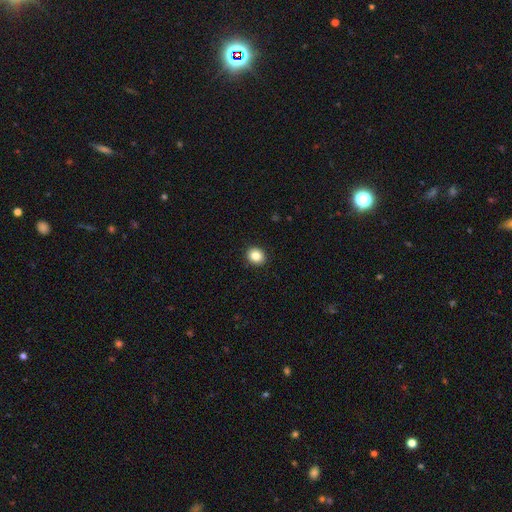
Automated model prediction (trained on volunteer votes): This appears to be a smooth galaxy with no disk features (85%) that is round (72%). Merging: none (92%).